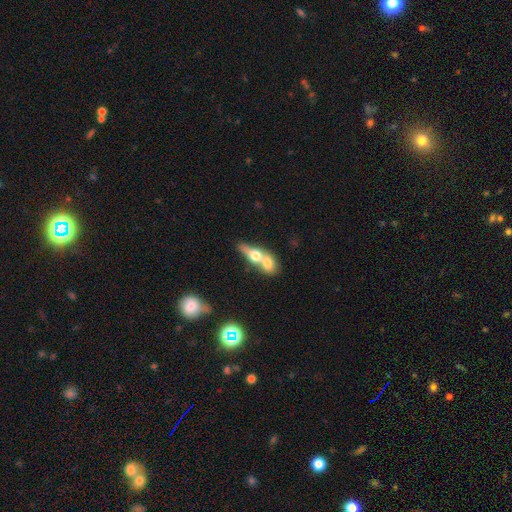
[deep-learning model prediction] Morphology: type=smooth (57%); roundness=in between (54%); merging=merger (74%).